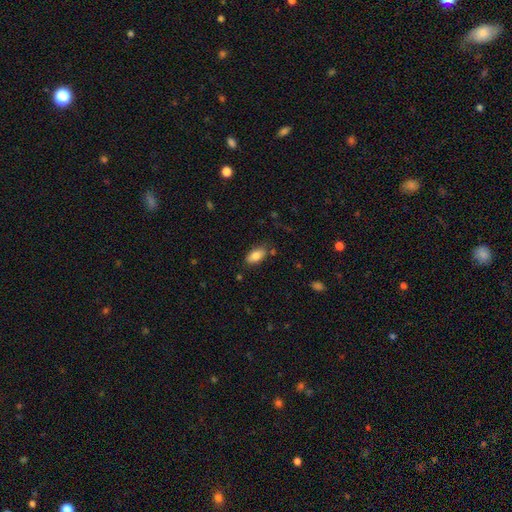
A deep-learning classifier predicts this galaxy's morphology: smooth-or-featured: smooth: 82% | featured or disk: 10% | star or artifact: 7%
  how-rounded: in between: 91% | cigar-shaped: 6% | round: 4%
  merging: none: 79% | minor disturbance: 15% | merger: 3% | major disturbance: 3%